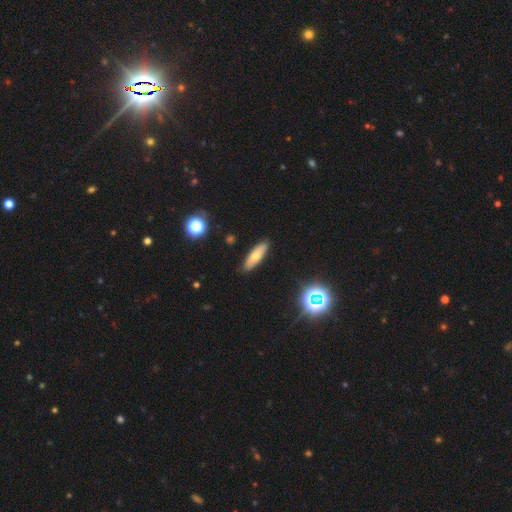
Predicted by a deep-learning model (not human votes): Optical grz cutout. It shows a smooth galaxy with no disk features (68%) that is cigar-shaped (52%). Merging: none (89%).